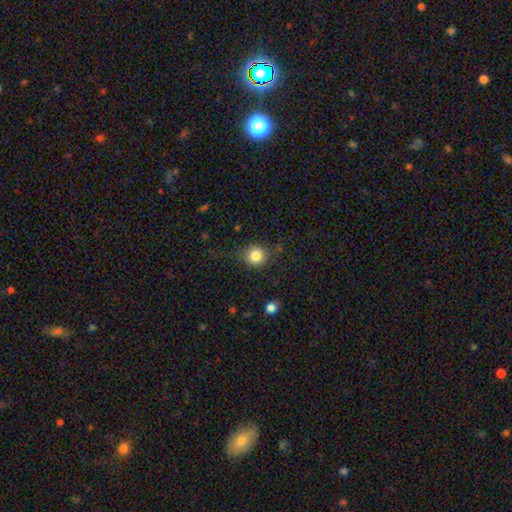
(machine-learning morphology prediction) Smooth or featured? Predicted: smooth (p=0.81). How rounded? Predicted: round (p=0.89). Merging? Predicted: none (p=0.78).